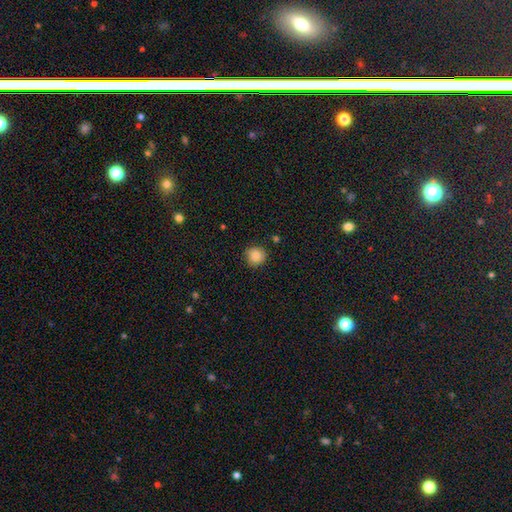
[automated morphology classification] smooth 86%, star or artifact 10%, featured or disk 4%. Down the decision tree: how rounded — round (92%); merging — none (87%).